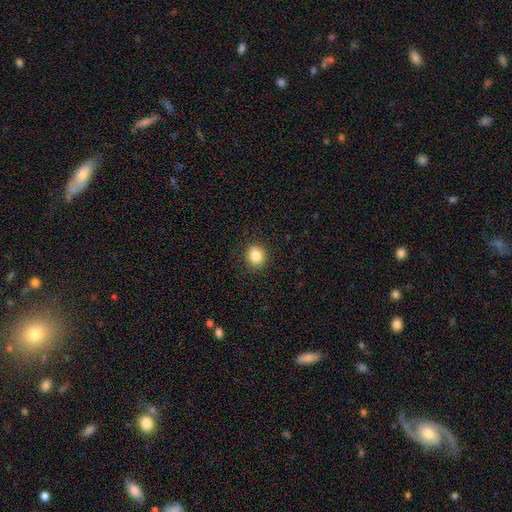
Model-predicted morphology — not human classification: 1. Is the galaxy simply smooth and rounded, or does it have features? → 84% smooth, 10% star or artifact, 6% featured or disk.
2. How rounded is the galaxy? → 80% round, 19% in between, 1% cigar-shaped.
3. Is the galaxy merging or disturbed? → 90% none, 7% minor disturbance, 2% major disturbance, 1% merger.